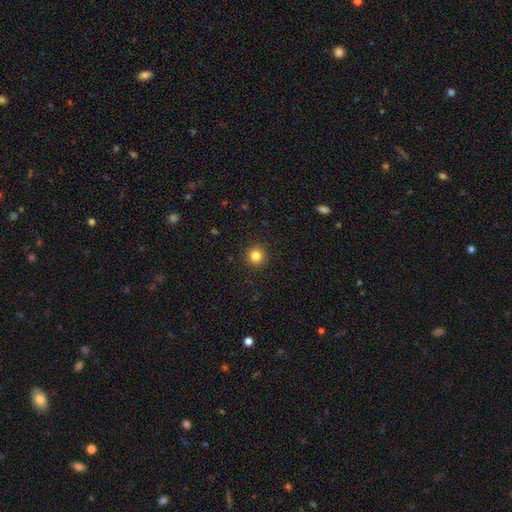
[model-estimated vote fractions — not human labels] A smooth galaxy with no disk features (83%) that is round (95%).

Vote fractions:
- Smooth or featured? smooth: 83% / star or artifact: 12% / featured or disk: 5%
- How rounded? round: 95% / in between: 4% / cigar-shaped: 1%
- Merging? none: 92% / minor disturbance: 5% / major disturbance: 2% / merger: 1%